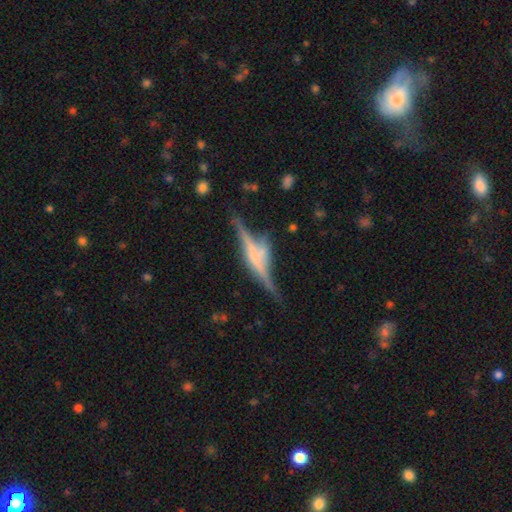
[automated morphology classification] Smooth or featured: featured or disk — 79% (smooth — 14%)
Edge-on disk: yes — 95% (no — 5%)
Edge-on bulge: rounded — 56% (none — 22%)
Merging: none — 71% (minor disturbance — 16%)